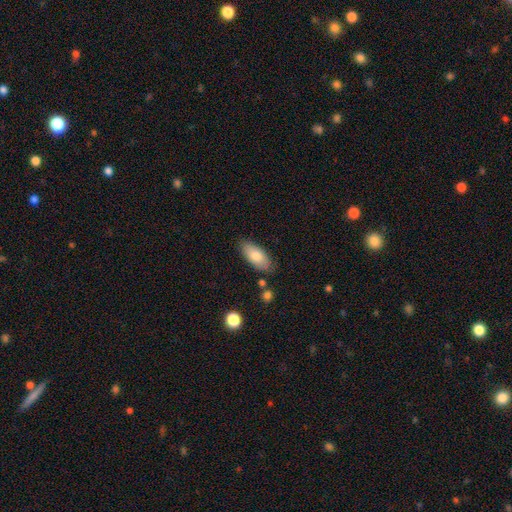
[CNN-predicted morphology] Q: Smooth or featured?
A: smooth (78%); runner-up: featured or disk (15%)
Q: How rounded?
A: in between (87%); runner-up: cigar-shaped (11%)
Q: Merging?
A: none (81%); runner-up: minor disturbance (13%)